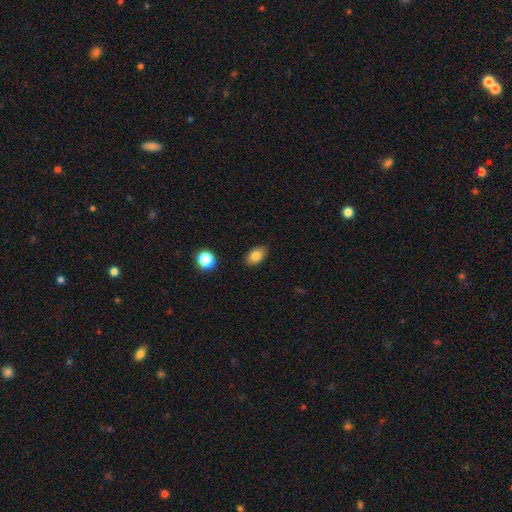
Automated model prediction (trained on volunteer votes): A smooth galaxy with no disk features (82%) that is in between round and cigar-shaped (86%).

Vote fractions:
- Smooth or featured? smooth: 82% / star or artifact: 9% / featured or disk: 9%
- How rounded? in between: 86% / round: 12% / cigar-shaped: 1%
- Merging? none: 86% / minor disturbance: 10% / major disturbance: 2% / merger: 2%